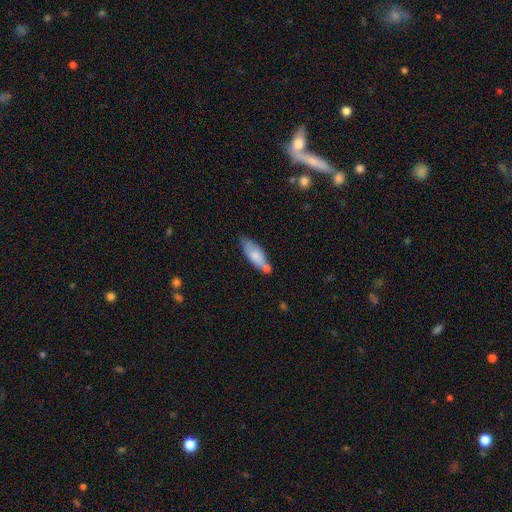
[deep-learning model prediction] A smooth galaxy with no disk features (74%) that is in between round and cigar-shaped (65%). Merging: none (53%).